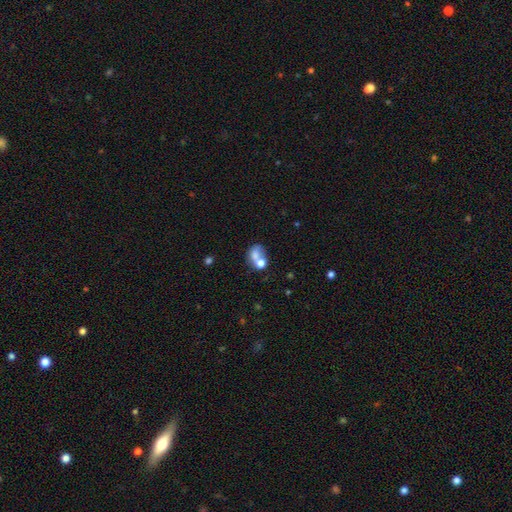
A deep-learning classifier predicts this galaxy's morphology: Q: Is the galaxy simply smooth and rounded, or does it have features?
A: smooth — 64%.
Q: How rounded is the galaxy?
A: in between — 59%.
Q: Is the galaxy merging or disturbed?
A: merger — 58%.